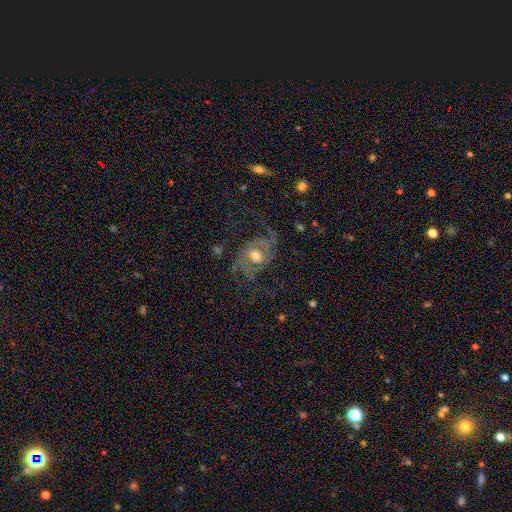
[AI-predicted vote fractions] This appears to be a featured or disk galaxy (76%) with no bar (56%), 2 (64%) loose (44%) spiral arms (86%) and a moderate central bulge (69%). Merging: none (51%).